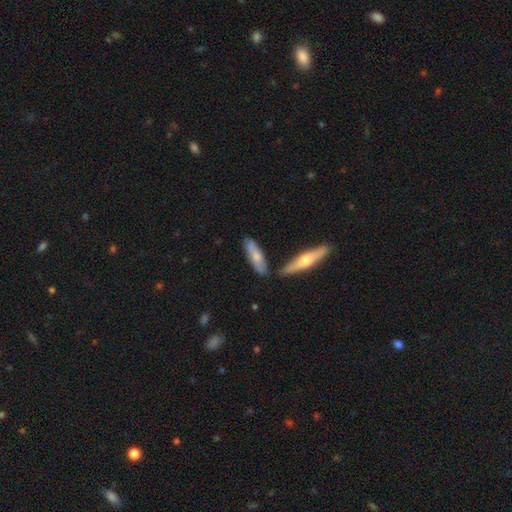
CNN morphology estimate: Smooth or featured? smooth (61%)
How rounded? cigar-shaped (61%)
Merging? none (70%)